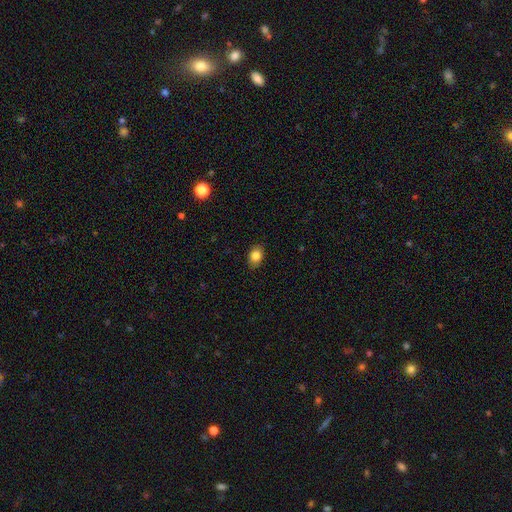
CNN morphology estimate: Overall: smooth (83%). How rounded: in between (75%). Merging: none (86%).